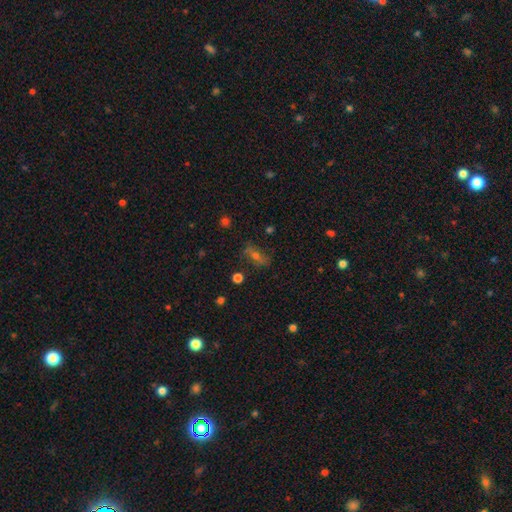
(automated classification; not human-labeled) Smooth or featured? Predicted: featured or disk (p=0.39). Merging? Predicted: none (p=0.75).